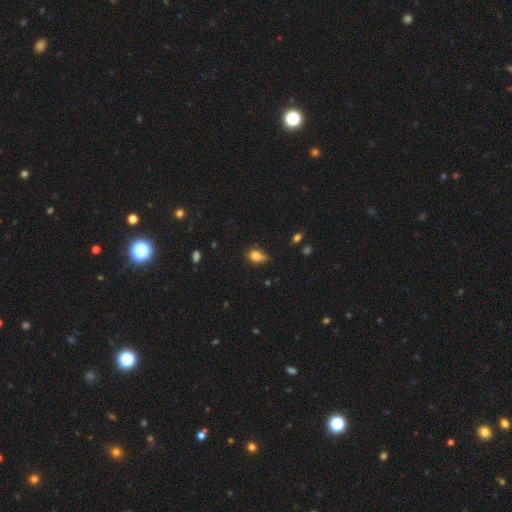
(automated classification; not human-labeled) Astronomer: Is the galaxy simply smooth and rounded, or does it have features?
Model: smooth — 78%.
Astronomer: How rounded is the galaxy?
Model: in between — 67%.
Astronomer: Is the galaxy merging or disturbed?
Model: minor disturbance — 42% (runner-up: none, 41%).